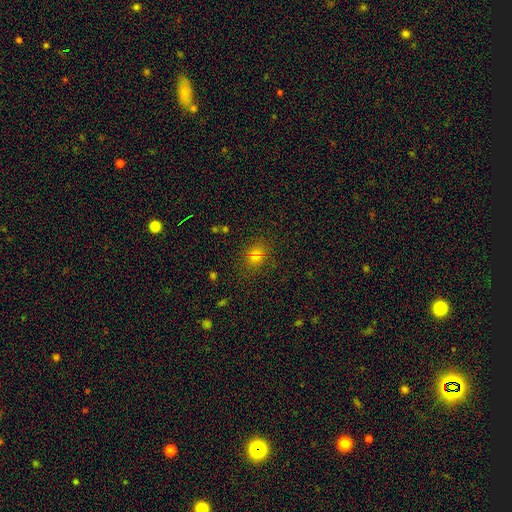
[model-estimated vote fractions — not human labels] smooth_or_featured: smooth (p=0.72) [alt: star or artifact p=0.18]
how_rounded: round (p=0.52) [alt: in between p=0.46]
merging: none (p=0.74) [alt: minor disturbance p=0.13]